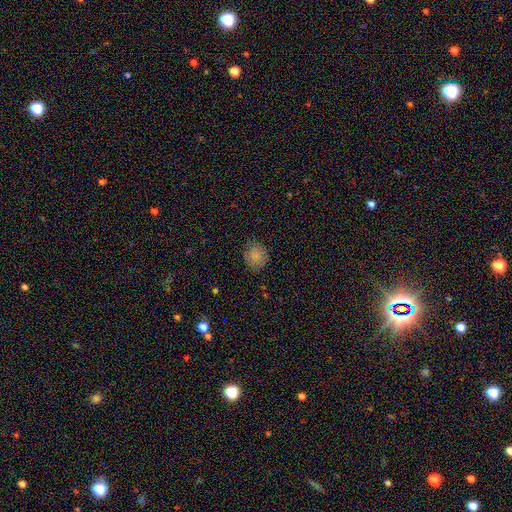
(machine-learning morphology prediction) Overall: smooth (84%). How rounded: round (75%). Merging: none (82%).